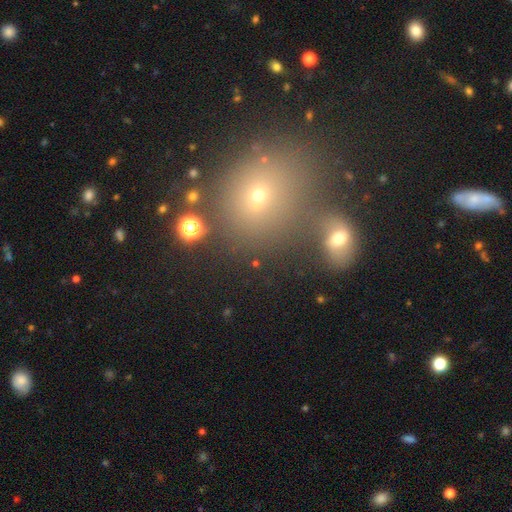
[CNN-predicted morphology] Q: Smooth or featured?
A: smooth (48%); runner-up: star or artifact (38%)
Q: Merging?
A: none (59%); runner-up: merger (24%)